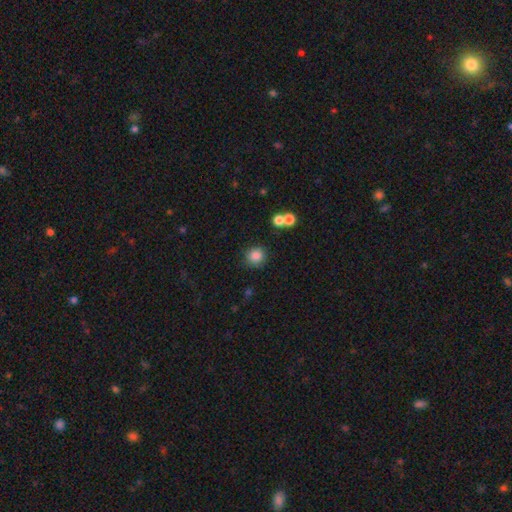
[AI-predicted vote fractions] smooth-or-featured: smooth: 84% | star or artifact: 11% | featured or disk: 5%
  how-rounded: round: 90% | in between: 9% | cigar-shaped: 1%
  merging: none: 83% | minor disturbance: 9% | merger: 5% | major disturbance: 3%